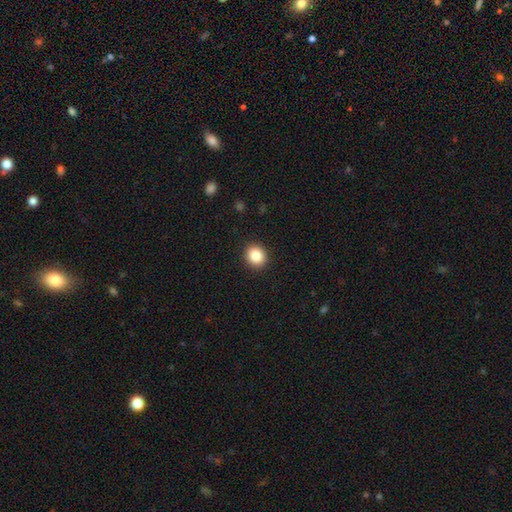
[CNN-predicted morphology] smooth 86%, star or artifact 9%, featured or disk 4%. Down the decision tree: how rounded — round (79%); merging — none (92%).